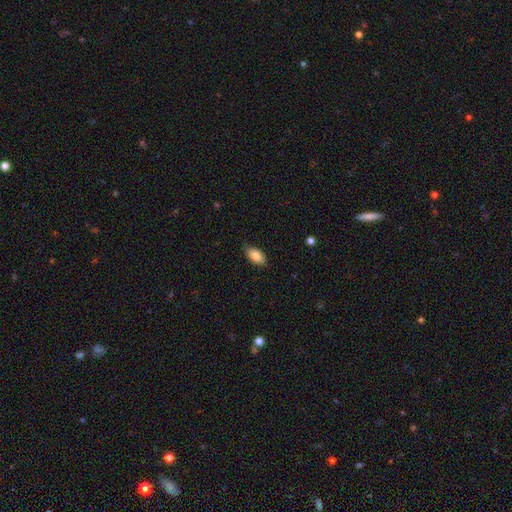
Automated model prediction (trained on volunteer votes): The model was most divided on "merging": none: 79%, minor disturbance: 17%, major disturbance: 3%, merger: 1%. More confident: how rounded — in between (92%); smooth or featured — smooth (83%).